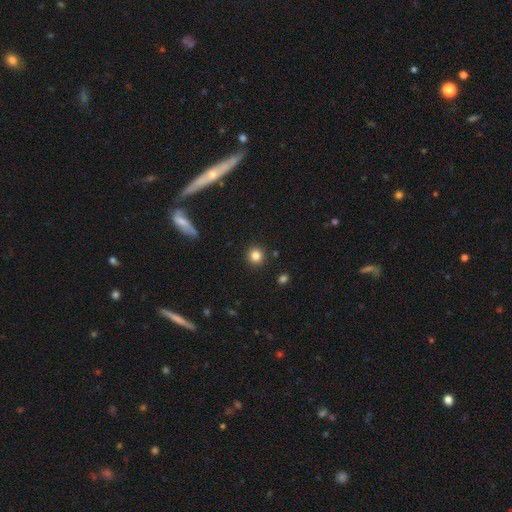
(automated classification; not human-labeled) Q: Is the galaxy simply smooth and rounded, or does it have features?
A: smooth — 84%.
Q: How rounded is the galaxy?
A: round — 93%.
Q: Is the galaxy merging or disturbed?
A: none — 91%.